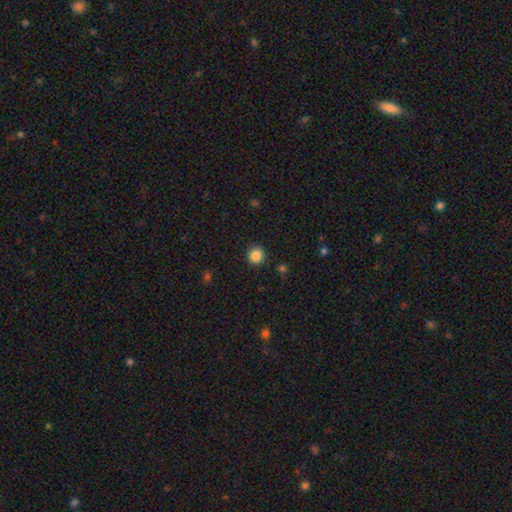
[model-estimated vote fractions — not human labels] The model was most divided on "smooth or featured": smooth: 86%, star or artifact: 10%, featured or disk: 4%. More confident: how rounded — round (93%); merging — none (91%).